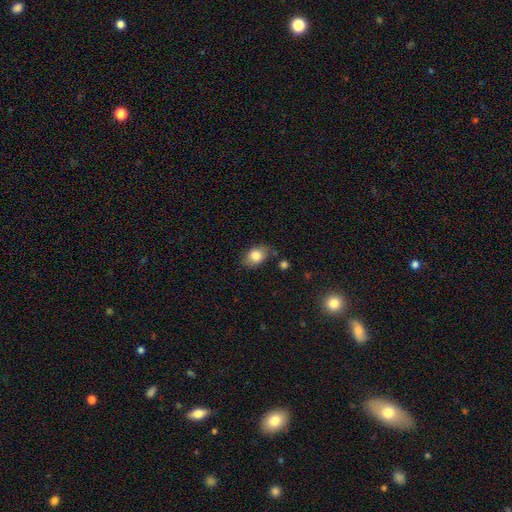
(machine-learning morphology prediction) This appears to be a smooth galaxy with no disk features (81%) that is in between round and cigar-shaped (78%). Merging: none (72%).